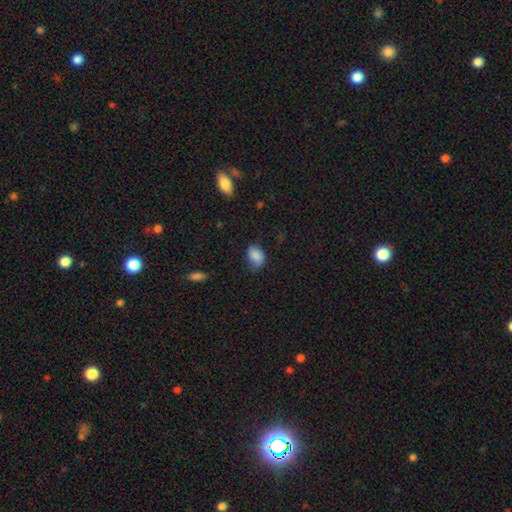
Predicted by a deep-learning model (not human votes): Smooth or featured?
  - smooth: 85% *
  - star or artifact: 9%
  - featured or disk: 7%
How rounded?
  - in between: 82% *
  - round: 17%
  - cigar-shaped: 1%
Merging?
  - none: 53% *
  - minor disturbance: 34%
  - major disturbance: 11%
  - merger: 2%